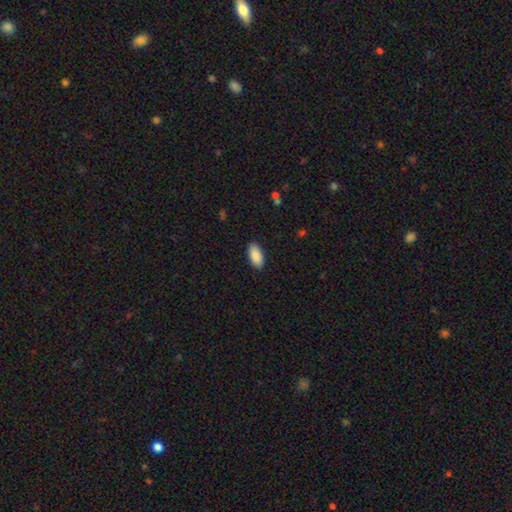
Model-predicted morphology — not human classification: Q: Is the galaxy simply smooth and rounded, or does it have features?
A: smooth — 90%.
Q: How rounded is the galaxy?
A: in between — 93%.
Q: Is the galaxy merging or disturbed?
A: none — 89%.